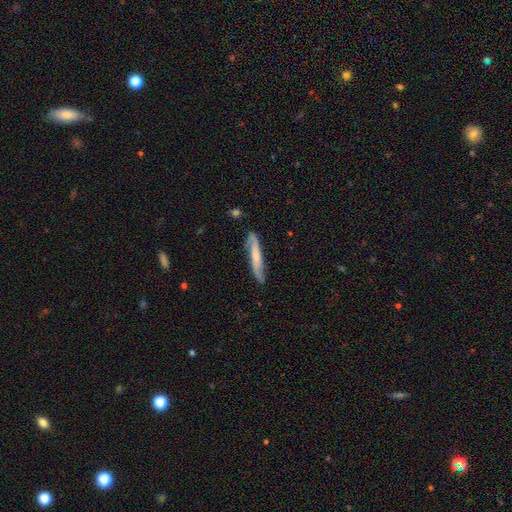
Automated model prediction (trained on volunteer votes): This appears to be a featured or disk galaxy (55%) viewed edge-on (52%). Merging: none (76%).